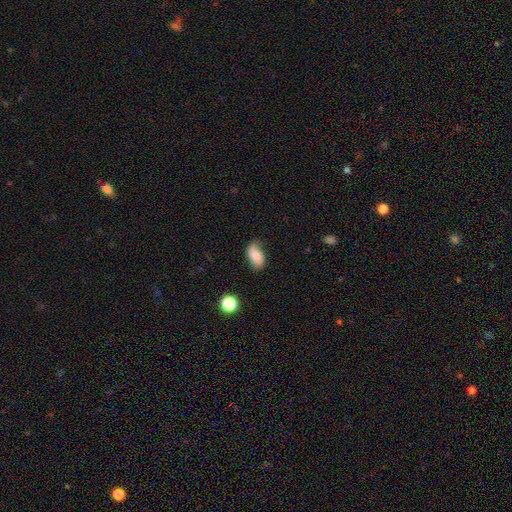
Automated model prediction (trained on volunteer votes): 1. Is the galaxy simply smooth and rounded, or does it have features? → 72% smooth, 19% featured or disk, 9% star or artifact.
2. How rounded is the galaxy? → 91% in between, 7% round, 2% cigar-shaped.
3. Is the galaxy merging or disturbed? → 60% none, 29% minor disturbance, 8% major disturbance, 2% merger.